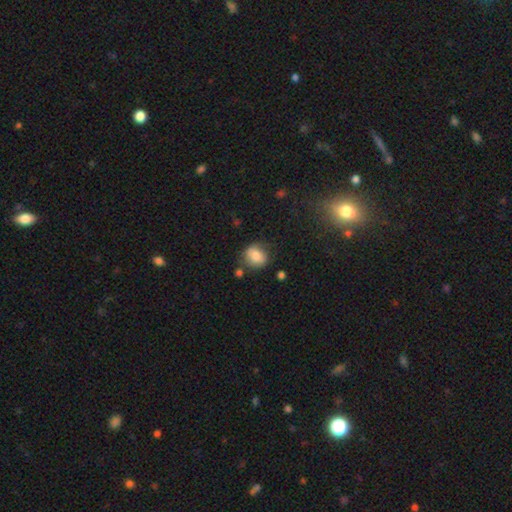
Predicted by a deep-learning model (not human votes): smooth-or-featured: smooth: 76% | featured or disk: 15% | star or artifact: 9%
  how-rounded: round: 70% | in between: 29% | cigar-shaped: 1%
  merging: none: 68% | minor disturbance: 21% | major disturbance: 6% | merger: 5%